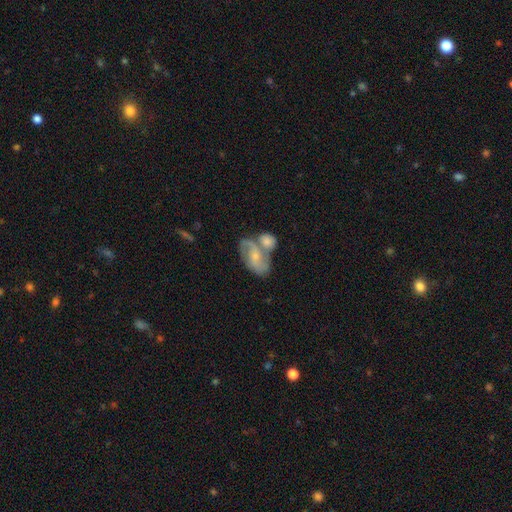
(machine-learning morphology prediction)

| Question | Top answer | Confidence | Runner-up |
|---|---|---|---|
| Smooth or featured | featured or disk | 70% | smooth (23%) |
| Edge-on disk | no | 96% | yes (4%) |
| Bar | no | 46% | weak (41%) |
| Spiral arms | yes | 87% | no (13%) |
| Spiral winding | medium | 49% | loose (32%) |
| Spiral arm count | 2 | 81% | can't tell (10%) |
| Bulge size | small | 58% | moderate (36%) |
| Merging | merger | 50% | none (30%) |